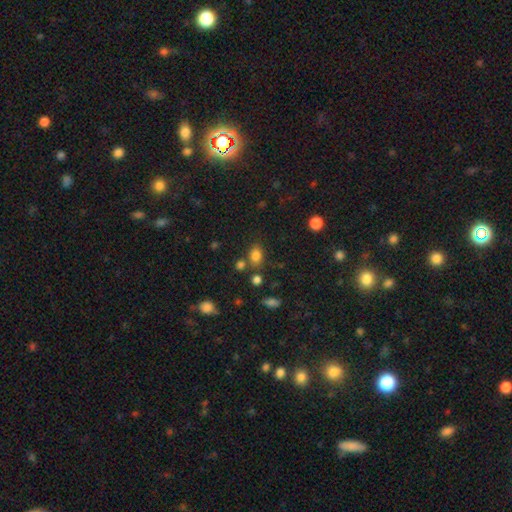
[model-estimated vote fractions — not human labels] Q: Smooth or featured?
A: smooth (80%); runner-up: star or artifact (13%)
Q: How rounded?
A: in between (74%); runner-up: round (24%)
Q: Merging?
A: none (69%); runner-up: minor disturbance (14%)